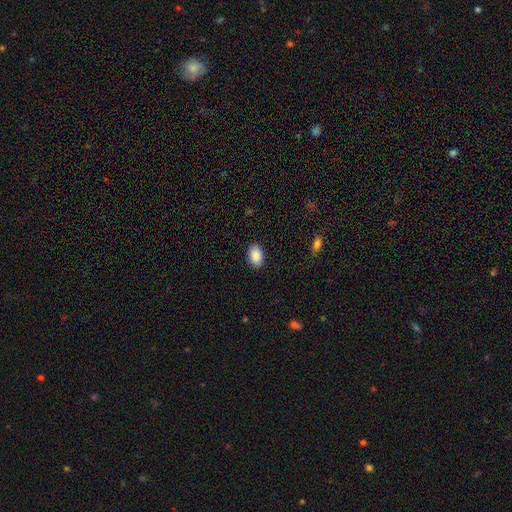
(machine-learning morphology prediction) smooth-or-featured: smooth: 90% | star or artifact: 7% | featured or disk: 3%
  how-rounded: in between: 88% | round: 11% | cigar-shaped: 1%
  merging: none: 89% | minor disturbance: 8% | major disturbance: 2% | merger: 1%